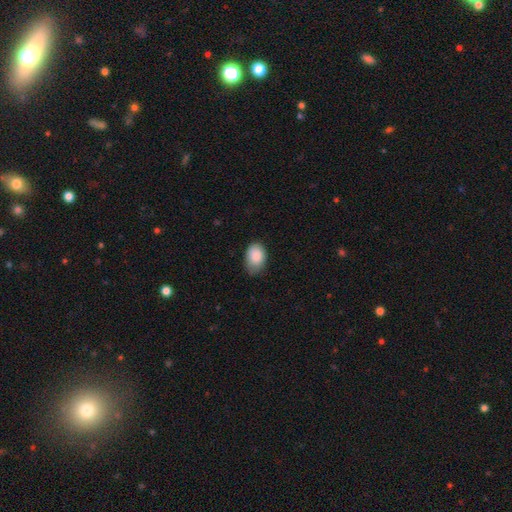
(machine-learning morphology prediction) This appears to be a smooth galaxy with no disk features (88%) that is in between round and cigar-shaped (84%). Merging: none (62%).